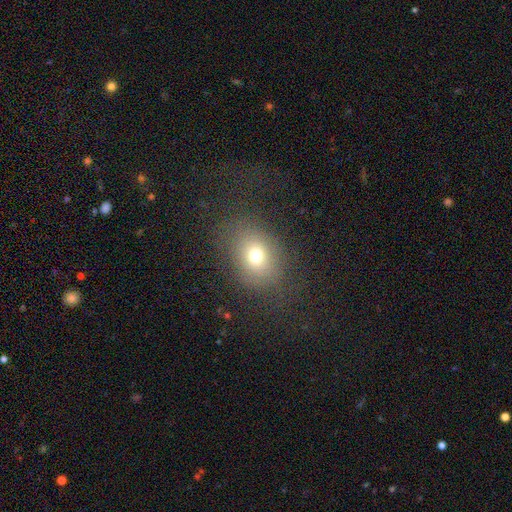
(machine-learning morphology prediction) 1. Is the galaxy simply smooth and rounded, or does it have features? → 70% smooth, 16% star or artifact, 14% featured or disk.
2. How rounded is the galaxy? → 54% in between, 45% round, 1% cigar-shaped.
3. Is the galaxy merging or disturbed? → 76% none, 13% minor disturbance, 10% major disturbance, 1% merger.